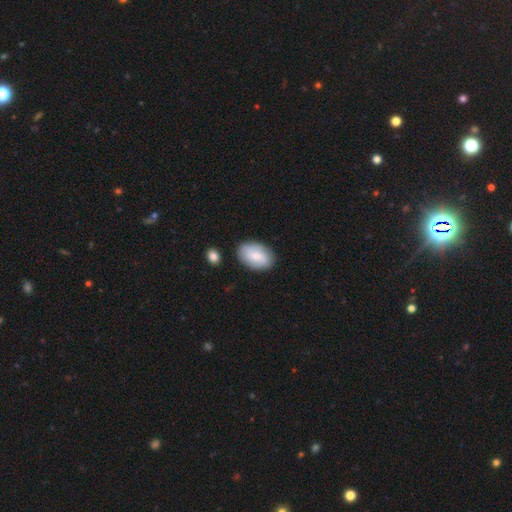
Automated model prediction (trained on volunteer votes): Smooth or featured?
  - smooth: 73% *
  - featured or disk: 21%
  - star or artifact: 6%
How rounded?
  - in between: 90% *
  - round: 8%
  - cigar-shaped: 1%
Merging?
  - none: 82% *
  - minor disturbance: 12%
  - merger: 3%
  - major disturbance: 3%